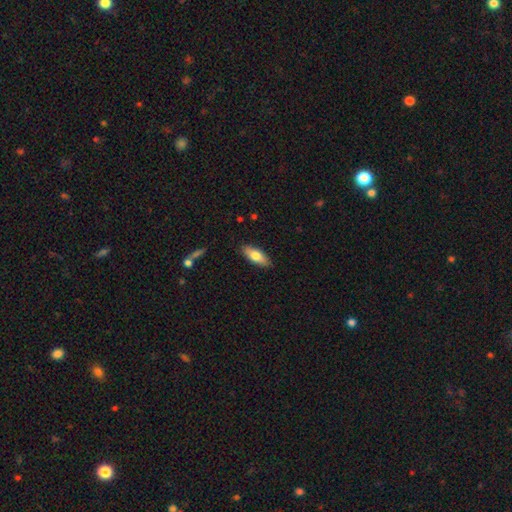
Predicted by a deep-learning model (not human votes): Smooth or featured?
  - smooth: 73% *
  - featured or disk: 21%
  - star or artifact: 6%
How rounded?
  - in between: 71% *
  - cigar-shaped: 27%
  - round: 2%
Merging?
  - none: 87% *
  - minor disturbance: 10%
  - major disturbance: 2%
  - merger: 1%